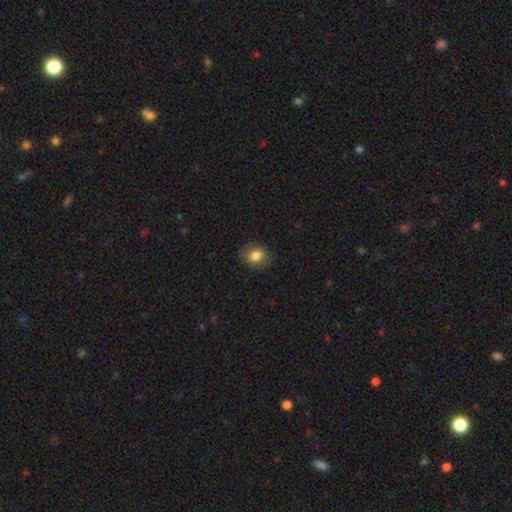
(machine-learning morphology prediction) Smooth or featured? Predicted: smooth (p=0.81). How rounded? Predicted: round (p=0.52). Merging? Predicted: none (p=0.83).